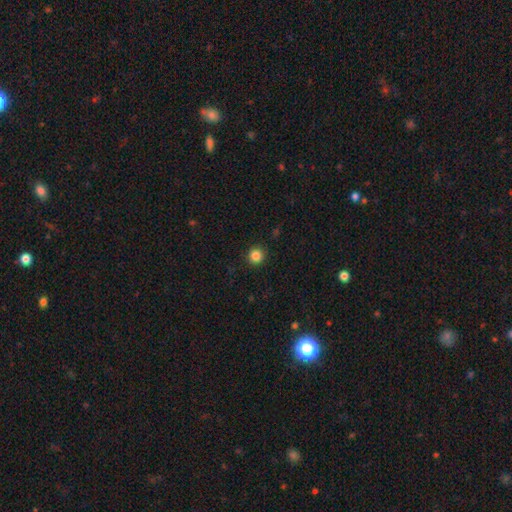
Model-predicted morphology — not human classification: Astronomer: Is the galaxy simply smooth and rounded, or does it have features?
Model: smooth — 85%.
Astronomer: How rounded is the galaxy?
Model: round — 94%.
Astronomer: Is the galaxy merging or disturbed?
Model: none — 91%.